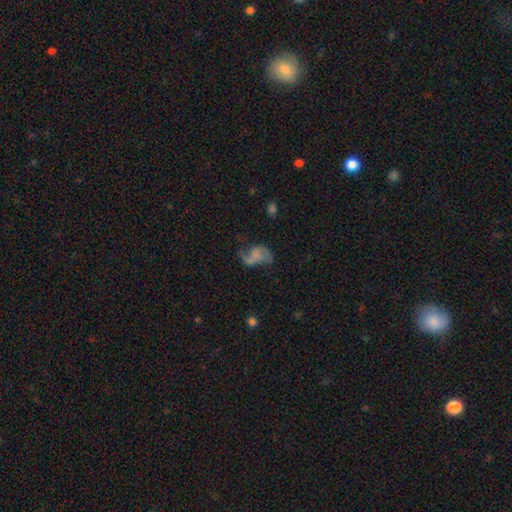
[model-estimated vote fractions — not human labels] The model was most divided on "merging" (2-way tie): none: 36%, major disturbance: 36%, minor disturbance: 21%, merger: 7%. More confident: edge-on disk — no (98%); spiral arms — yes (75%); bulge size — none (72%); bar — no (65%); smooth or featured — featured or disk (63%).